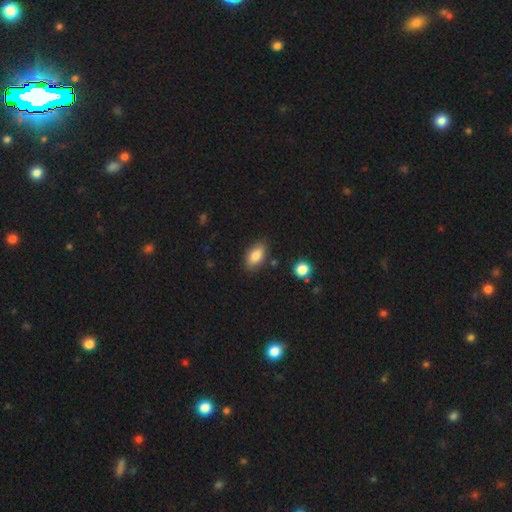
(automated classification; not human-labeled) Smooth or featured? smooth (83%)
How rounded? in between (90%)
Merging? none (82%)